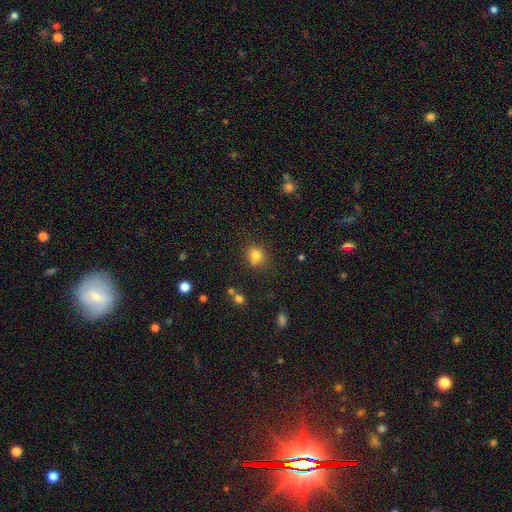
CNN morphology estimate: smooth_or_featured: smooth (p=0.79) [alt: star or artifact p=0.13]
how_rounded: round (p=0.74) [alt: in between p=0.25]
merging: none (p=0.68) [alt: minor disturbance p=0.16]